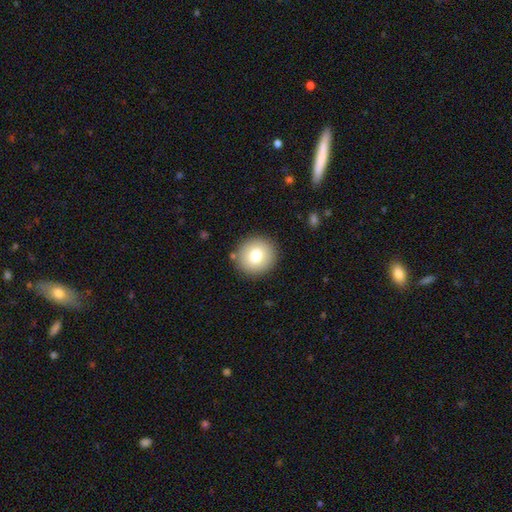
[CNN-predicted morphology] Smooth or featured? Predicted: smooth (p=0.78). How rounded? Predicted: round (p=0.93). Merging? Predicted: none (p=0.88).